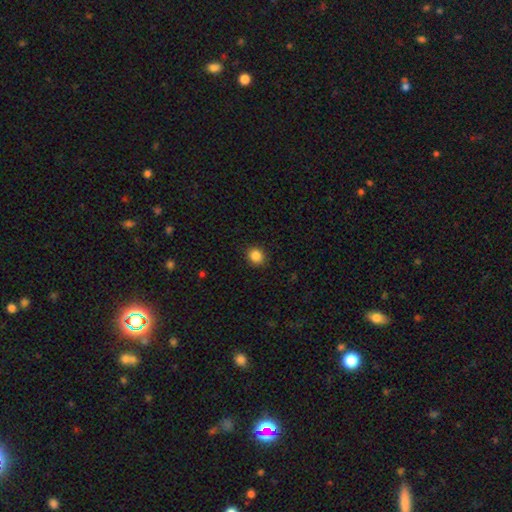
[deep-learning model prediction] smooth-or-featured: smooth: 86% | star or artifact: 10% | featured or disk: 4%
  how-rounded: round: 78% | in between: 21% | cigar-shaped: 1%
  merging: none: 90% | minor disturbance: 7% | major disturbance: 2% | merger: 1%